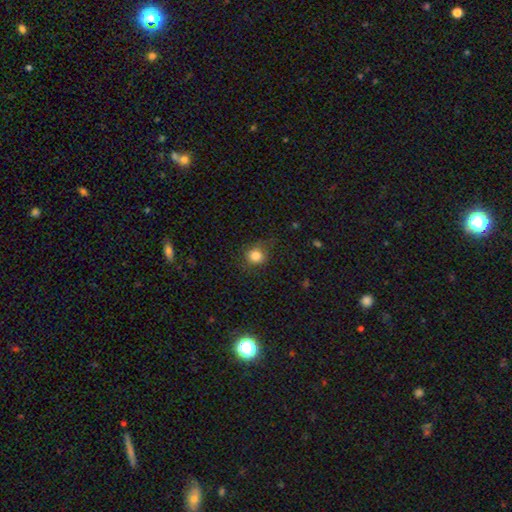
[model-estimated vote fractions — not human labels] The model was most divided on "merging": none: 74%, minor disturbance: 18%, major disturbance: 6%, merger: 1%. More confident: how rounded — round (84%); smooth or featured — smooth (83%).